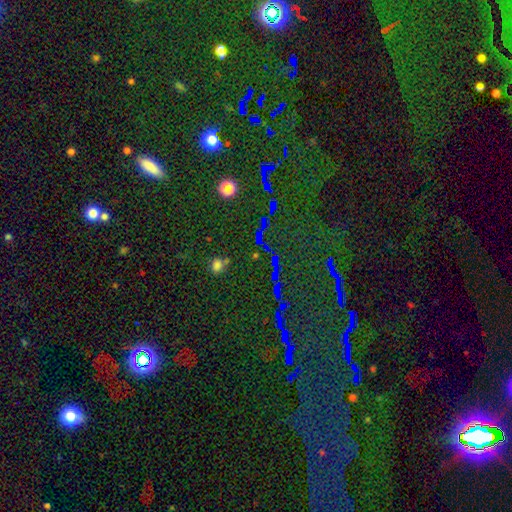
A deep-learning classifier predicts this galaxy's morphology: Smooth or featured? star or artifact (65%)